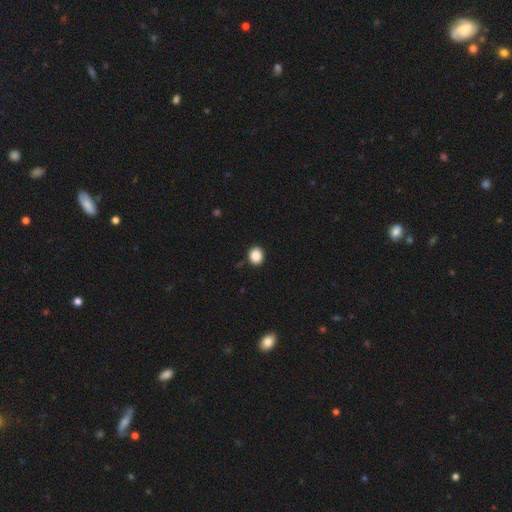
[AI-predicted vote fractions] smooth_or_featured: smooth (p=0.88) [alt: star or artifact p=0.09]
how_rounded: round (p=0.72) [alt: in between p=0.27]
merging: none (p=0.90) [alt: minor disturbance p=0.07]